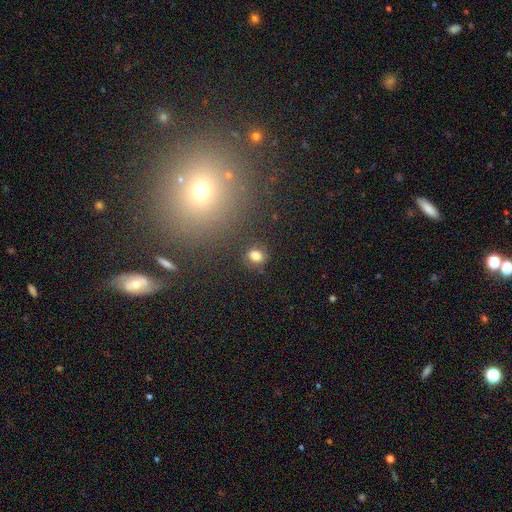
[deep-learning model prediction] Q: Smooth or featured?
A: smooth (79%); runner-up: star or artifact (13%)
Q: How rounded?
A: round (54%); runner-up: in between (44%)
Q: Merging?
A: none (82%); runner-up: minor disturbance (11%)